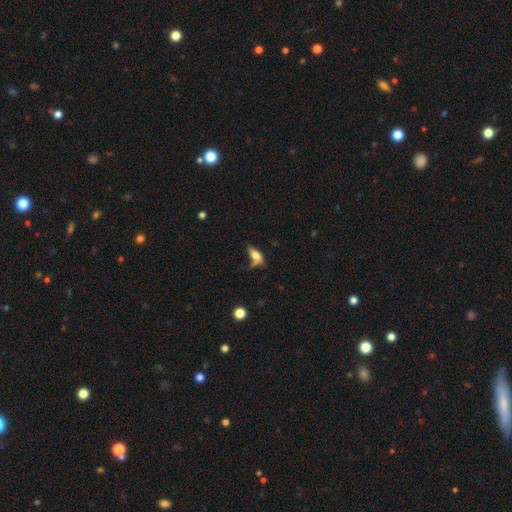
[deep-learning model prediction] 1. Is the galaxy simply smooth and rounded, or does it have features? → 65% smooth, 24% featured or disk, 10% star or artifact.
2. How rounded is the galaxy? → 76% in between, 18% cigar-shaped, 6% round.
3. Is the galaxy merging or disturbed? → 36% none, 25% minor disturbance, 24% major disturbance, 15% merger.